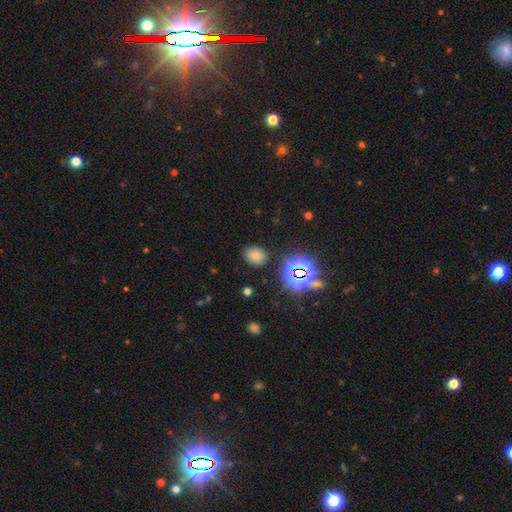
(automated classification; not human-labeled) This appears to be a smooth galaxy with no disk features (68%) that is round (53%). Merging: none (84%).